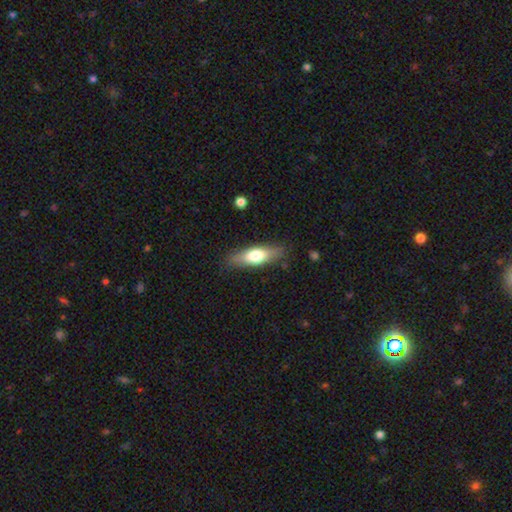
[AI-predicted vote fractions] A smooth galaxy with no disk features (63%) that is in between round and cigar-shaped (53%). Merging: none (84%).